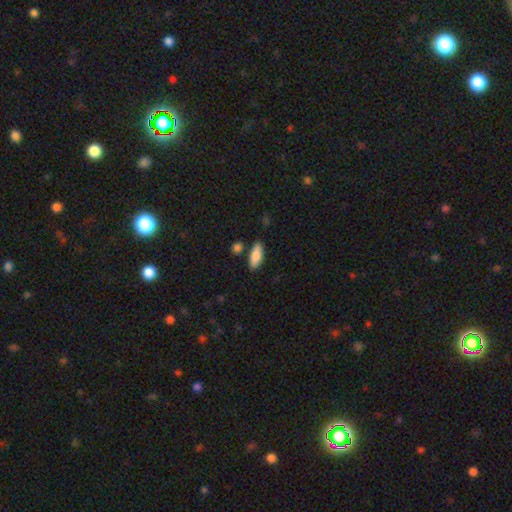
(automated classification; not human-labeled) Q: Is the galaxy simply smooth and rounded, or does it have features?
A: smooth — 85%.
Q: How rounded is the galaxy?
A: in between — 80%.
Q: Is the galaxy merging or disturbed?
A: none — 78%.